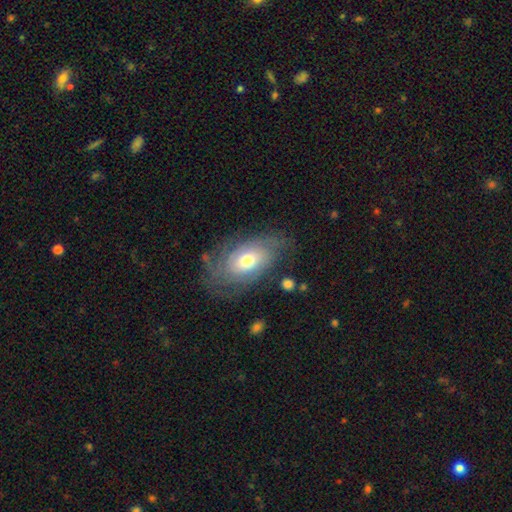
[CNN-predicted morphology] type=featured or disk (50%); edge-on=no (90%); merging=none (70%).